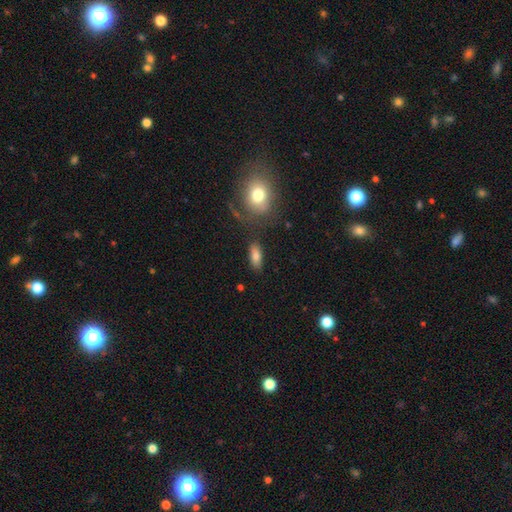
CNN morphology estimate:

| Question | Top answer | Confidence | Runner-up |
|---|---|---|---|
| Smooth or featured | smooth | 80% | featured or disk (12%) |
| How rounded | in between | 80% | cigar-shaped (16%) |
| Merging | none | 80% | minor disturbance (11%) |